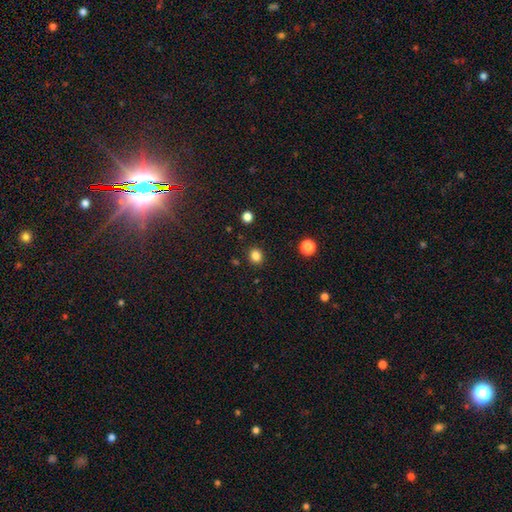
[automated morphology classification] This appears to be a smooth galaxy with no disk features (84%) that is round (71%). Merging: none (89%).